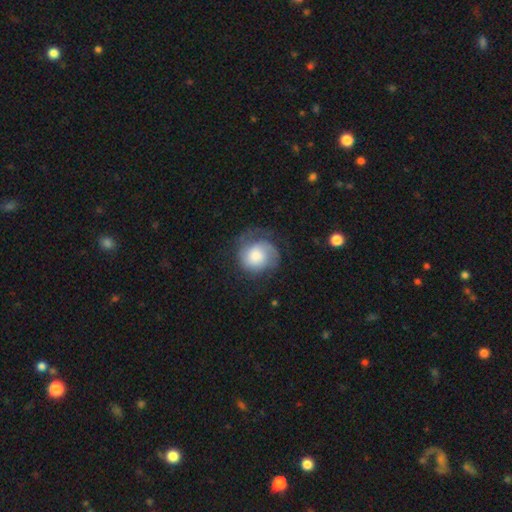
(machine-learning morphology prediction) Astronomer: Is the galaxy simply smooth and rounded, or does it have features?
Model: featured or disk — 50% (runner-up: smooth, 43%).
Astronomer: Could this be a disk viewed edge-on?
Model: no — 98%.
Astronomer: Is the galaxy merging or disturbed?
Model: none — 57%.